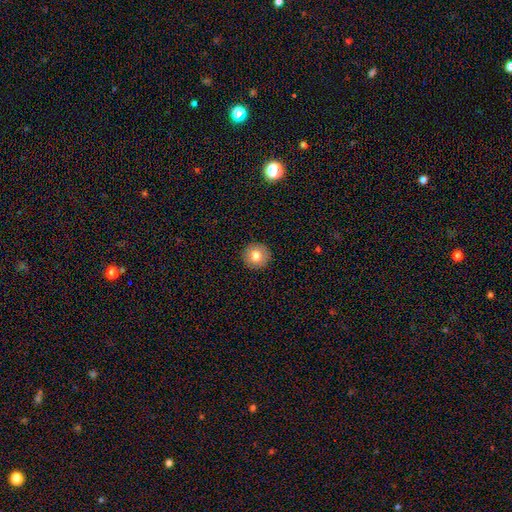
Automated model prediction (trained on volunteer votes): Smooth or featured? smooth (80%)
How rounded? round (94%)
Merging? none (92%)